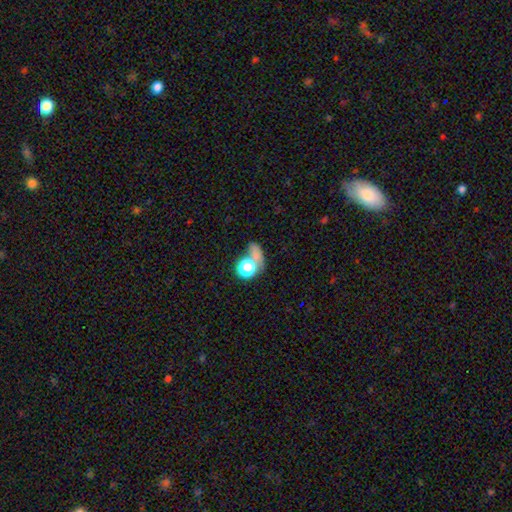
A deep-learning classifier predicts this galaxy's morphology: Overall: smooth (61%; star or artifact 27%). How rounded: round (55%; in between 38%). Merging: none (43%; merger 30%).